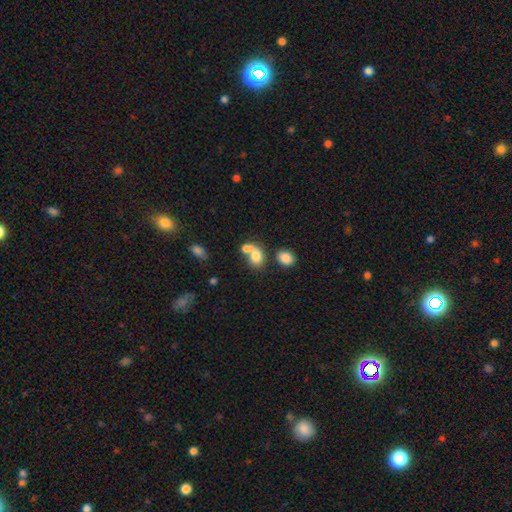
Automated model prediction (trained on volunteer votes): A smooth galaxy with no disk features (76%) that is in between round and cigar-shaped (55%). Merging: merger (60%).